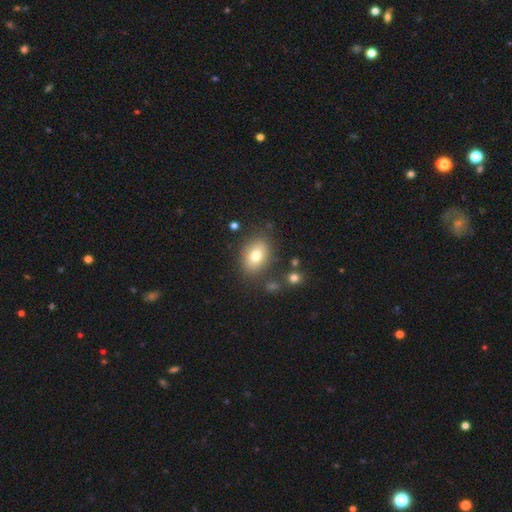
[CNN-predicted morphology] type=smooth (75%); roundness=in between (78%); merging=none (79%).